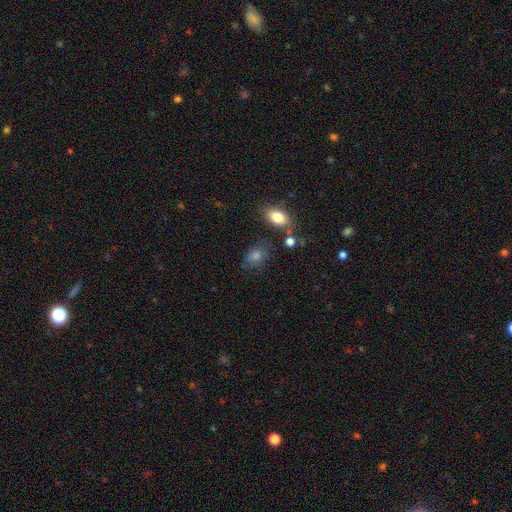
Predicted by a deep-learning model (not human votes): Morphology: type=smooth (76%); roundness=in between (68%); merging=none (71%).